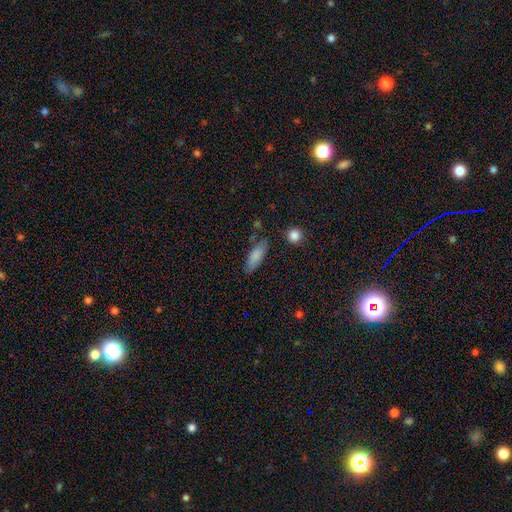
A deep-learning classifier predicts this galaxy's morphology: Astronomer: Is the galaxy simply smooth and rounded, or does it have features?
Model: smooth — 82%.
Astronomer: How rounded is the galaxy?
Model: in between — 68%.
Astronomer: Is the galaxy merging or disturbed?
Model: none — 72%.